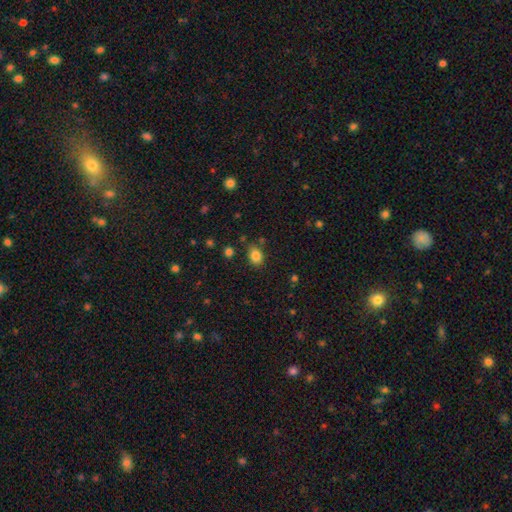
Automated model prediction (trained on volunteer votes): Smooth or featured?
  - smooth: 83% *
  - star or artifact: 11%
  - featured or disk: 6%
How rounded?
  - in between: 69% *
  - round: 30%
  - cigar-shaped: 1%
Merging?
  - none: 78% *
  - minor disturbance: 14%
  - merger: 4%
  - major disturbance: 3%